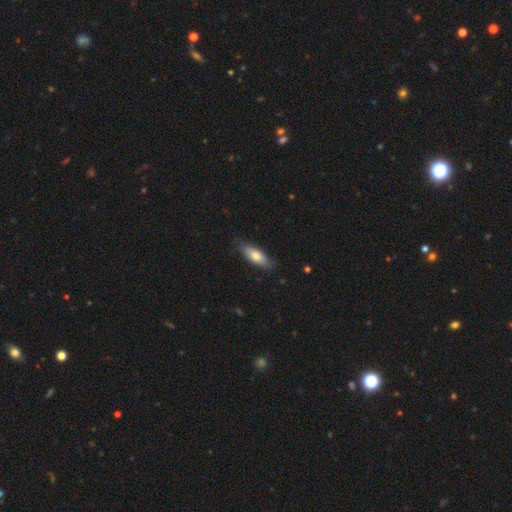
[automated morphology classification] type=smooth (74%); roundness=in between (63%); merging=none (79%).